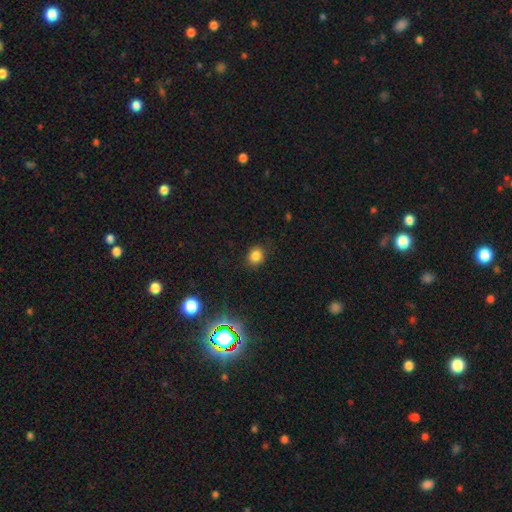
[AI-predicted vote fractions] Smooth or featured? Predicted: smooth (p=0.82). How rounded? Predicted: round (p=0.64). Merging? Predicted: none (p=0.84).